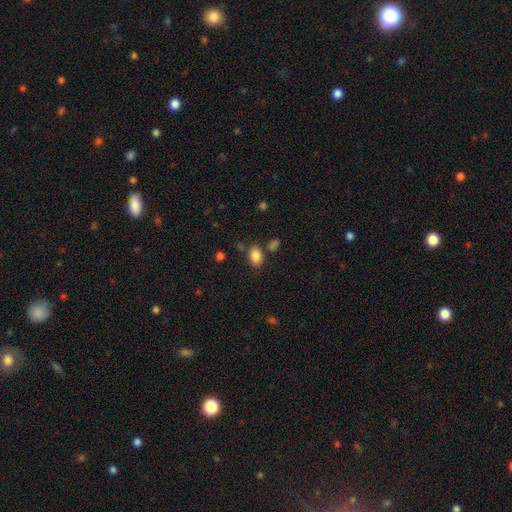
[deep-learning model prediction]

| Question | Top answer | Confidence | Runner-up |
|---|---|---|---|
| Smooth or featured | smooth | 85% | star or artifact (10%) |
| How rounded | in between | 81% | round (18%) |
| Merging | none | 74% | minor disturbance (14%) |